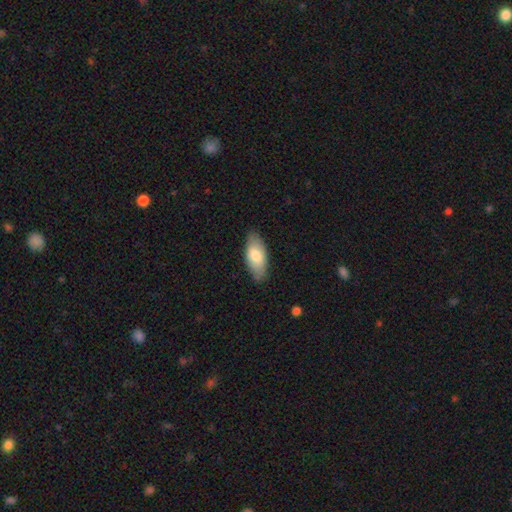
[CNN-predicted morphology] This is likely a smooth galaxy (74%). How rounded: clearly in between (89%). Merging: clearly none (82%).